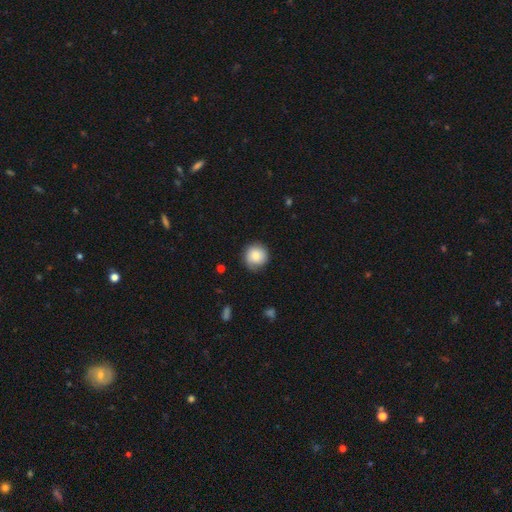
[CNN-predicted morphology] A smooth galaxy with no disk features (80%) that is round (93%). Merging: none (78%).